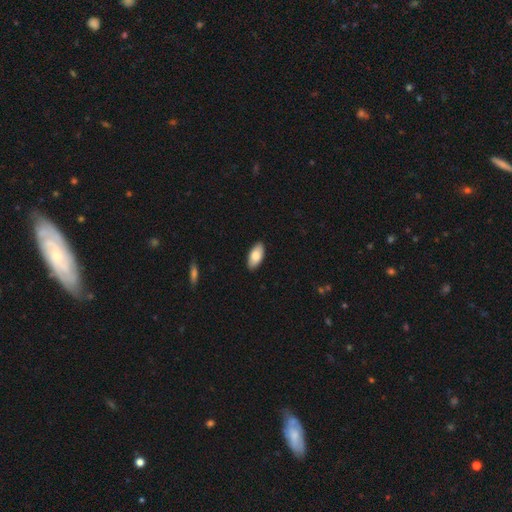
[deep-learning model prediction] smooth 83%, featured or disk 11%, star or artifact 6%. Down the decision tree: how rounded — in between (92%); merging — none (89%).